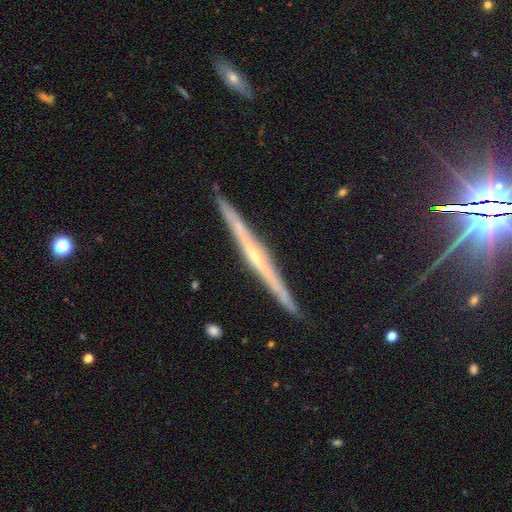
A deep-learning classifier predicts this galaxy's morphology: This is likely a featured or disk galaxy (76%). It is clearly viewed edge-on (97%). Edge-on bulge: possibly none (54%). Merging: clearly none (90%).